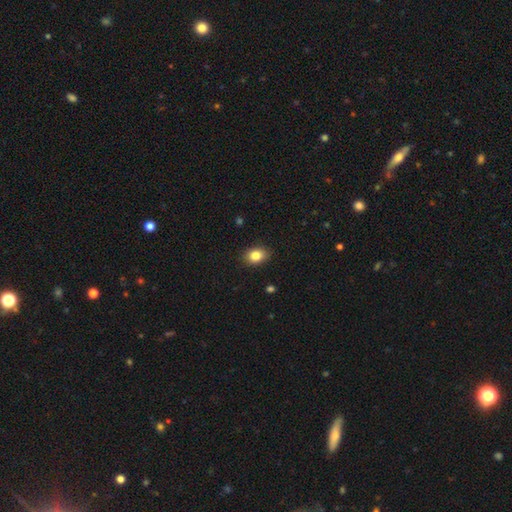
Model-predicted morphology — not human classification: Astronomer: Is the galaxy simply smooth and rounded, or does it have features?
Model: smooth — 83%.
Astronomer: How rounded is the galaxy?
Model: in between — 68%.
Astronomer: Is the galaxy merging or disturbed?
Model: none — 88%.